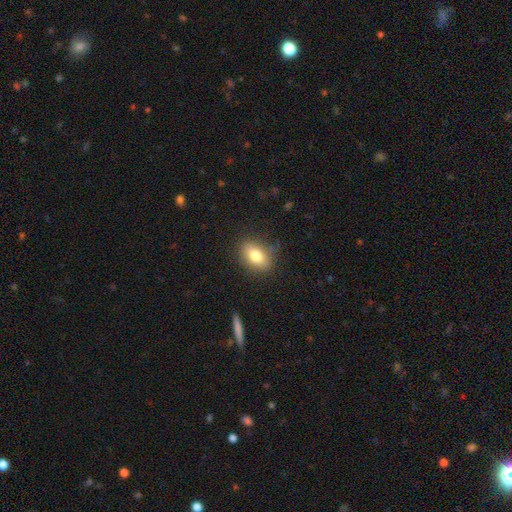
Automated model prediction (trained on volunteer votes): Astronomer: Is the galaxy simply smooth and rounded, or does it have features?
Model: smooth — 77%.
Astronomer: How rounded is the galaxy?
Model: in between — 77%.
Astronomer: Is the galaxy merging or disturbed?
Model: none — 83%.